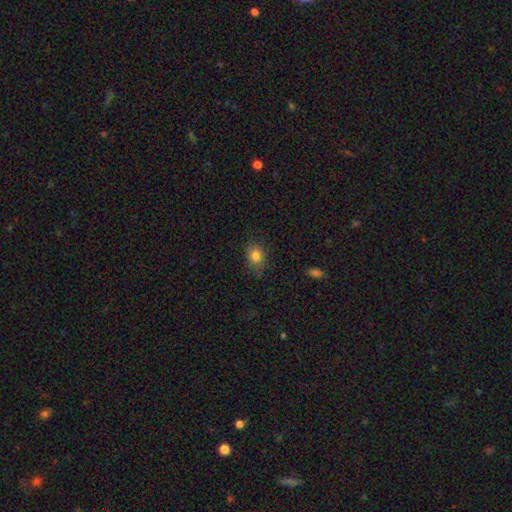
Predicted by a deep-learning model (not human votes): Smooth or featured?
  - smooth: 82% *
  - star or artifact: 11%
  - featured or disk: 7%
How rounded?
  - in between: 51% *
  - round: 48%
  - cigar-shaped: 1%
Merging?
  - none: 75% *
  - minor disturbance: 19%
  - major disturbance: 5%
  - merger: 1%